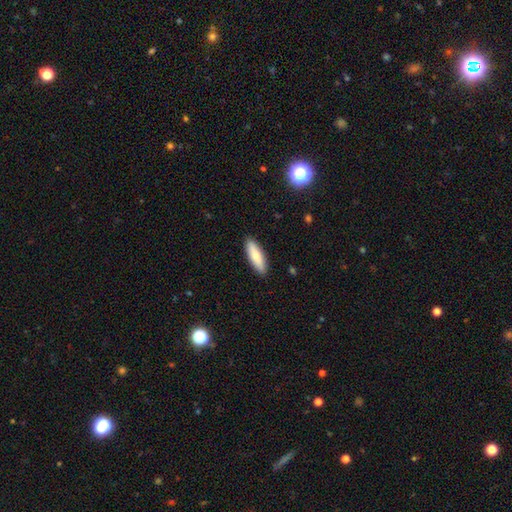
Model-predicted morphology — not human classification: smooth-or-featured: smooth: 72% | featured or disk: 22% | star or artifact: 5%
  how-rounded: in between: 50% | cigar-shaped: 48% | round: 2%
  merging: none: 90% | minor disturbance: 8% | major disturbance: 2% | merger: 1%